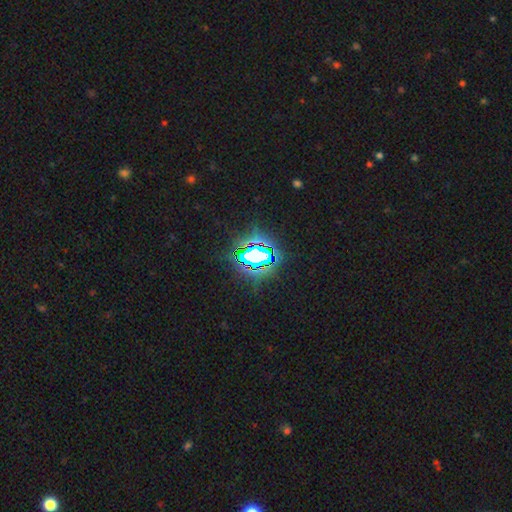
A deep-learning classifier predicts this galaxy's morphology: type=star or artifact (76%).